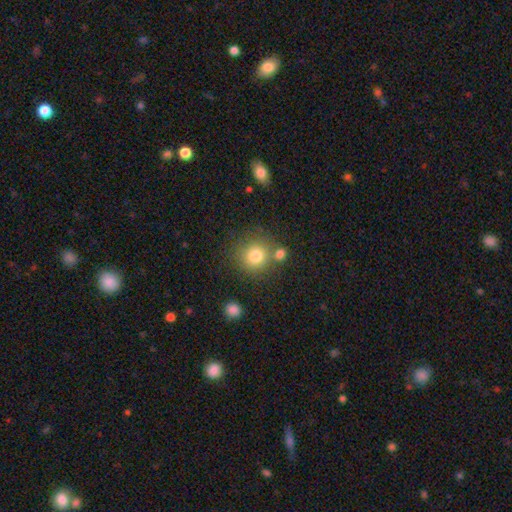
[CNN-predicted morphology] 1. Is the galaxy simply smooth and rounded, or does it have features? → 80% smooth, 12% star or artifact, 8% featured or disk.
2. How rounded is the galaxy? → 90% round, 10% in between, 1% cigar-shaped.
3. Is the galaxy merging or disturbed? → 69% none, 17% merger, 10% minor disturbance, 4% major disturbance.